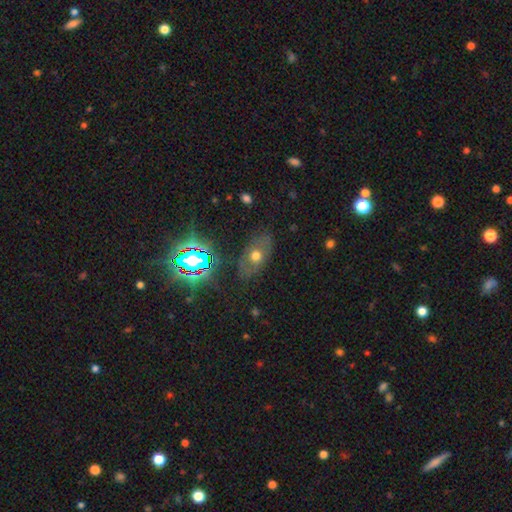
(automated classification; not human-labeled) Morphology: type=smooth (49%); merging=none (78%).